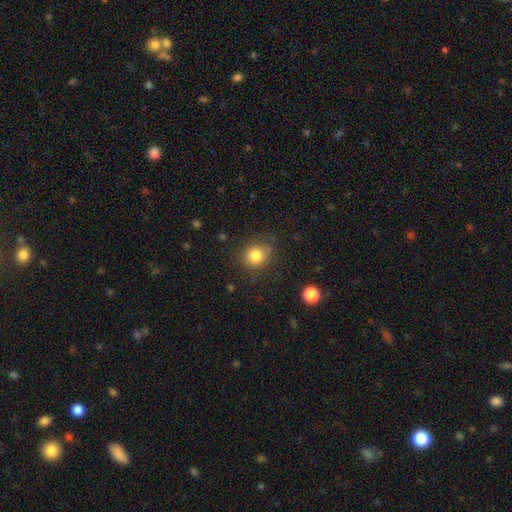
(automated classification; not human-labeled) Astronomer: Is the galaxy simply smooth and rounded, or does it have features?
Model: smooth — 82%.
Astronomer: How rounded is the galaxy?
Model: round — 75%.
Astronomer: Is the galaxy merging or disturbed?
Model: none — 76%.